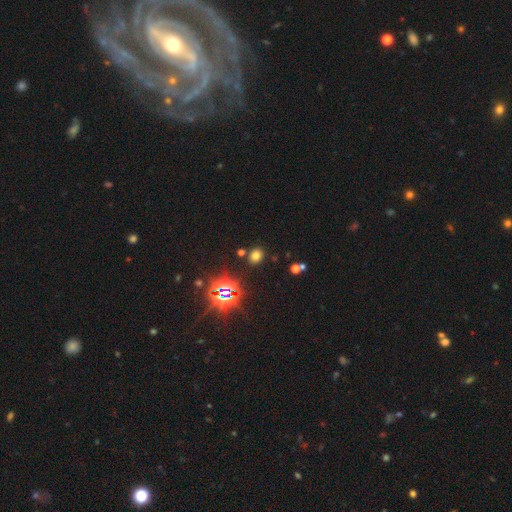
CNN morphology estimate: A smooth galaxy with no disk features (62%) that is round (59%).

Vote fractions:
- Smooth or featured? smooth: 62% / star or artifact: 30% / featured or disk: 8%
- How rounded? round: 59% / in between: 40% / cigar-shaped: 1%
- Merging? none: 84% / minor disturbance: 8% / merger: 5% / major disturbance: 3%